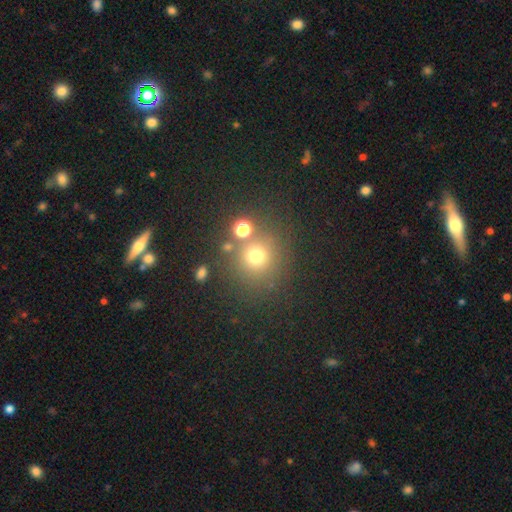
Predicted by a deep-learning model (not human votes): This appears to be a smooth galaxy with no disk features (69%) that is round (90%). Merging: none (73%).